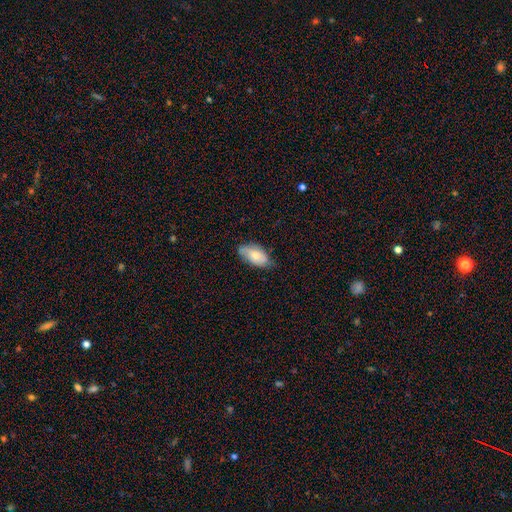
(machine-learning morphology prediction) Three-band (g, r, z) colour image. It shows a smooth galaxy with no disk features (61%) that is in between round and cigar-shaped (92%). Merging: none (65%).